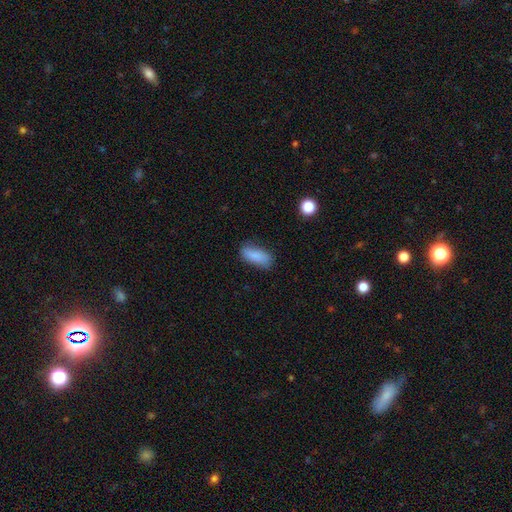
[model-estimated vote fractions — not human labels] A smooth galaxy with no disk features (86%) that is in between round and cigar-shaped (79%).

Vote fractions:
- Smooth or featured? smooth: 86% / star or artifact: 8% / featured or disk: 7%
- How rounded? in between: 79% / cigar-shaped: 19% / round: 3%
- Merging? none: 73% / minor disturbance: 21% / major disturbance: 5% / merger: 2%